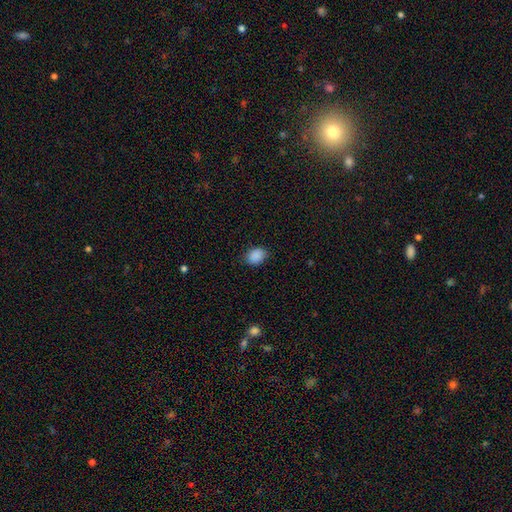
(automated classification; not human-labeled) Overall: smooth (89%). How rounded: in between (66%; round 33%). Merging: none (84%).